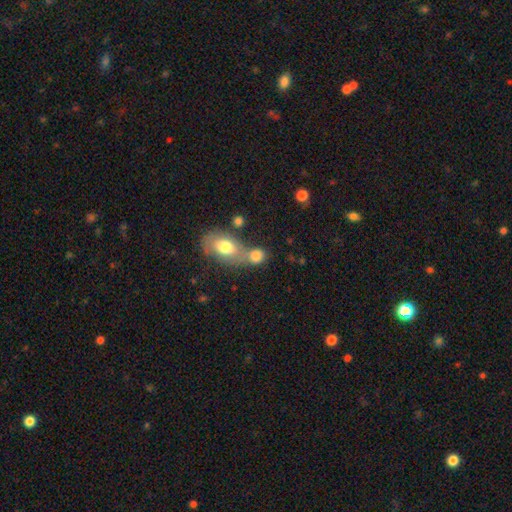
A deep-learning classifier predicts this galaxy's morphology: This is likely a smooth galaxy (79%). How rounded: possibly in between (52%). Merging: possibly merger (48%).